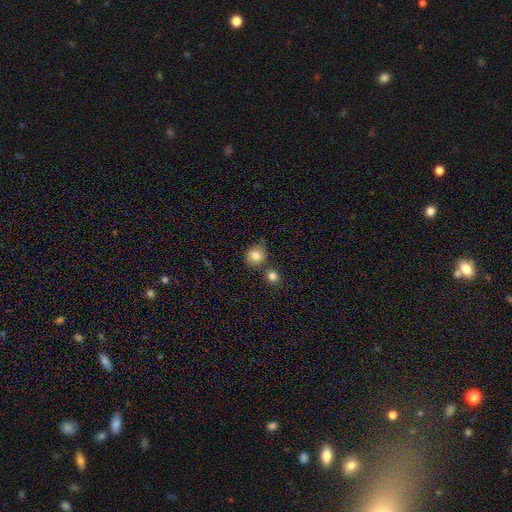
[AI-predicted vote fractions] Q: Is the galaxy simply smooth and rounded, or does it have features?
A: smooth — 81%.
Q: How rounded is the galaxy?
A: round — 77%.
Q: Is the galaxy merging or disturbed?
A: none — 66%.